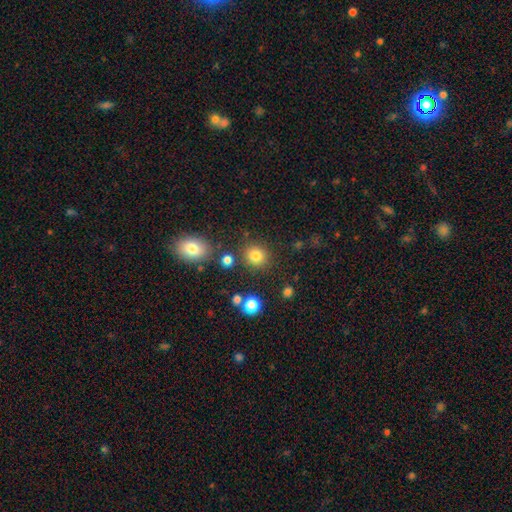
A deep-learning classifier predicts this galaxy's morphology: type=smooth (81%); roundness=round (85%); merging=none (84%).